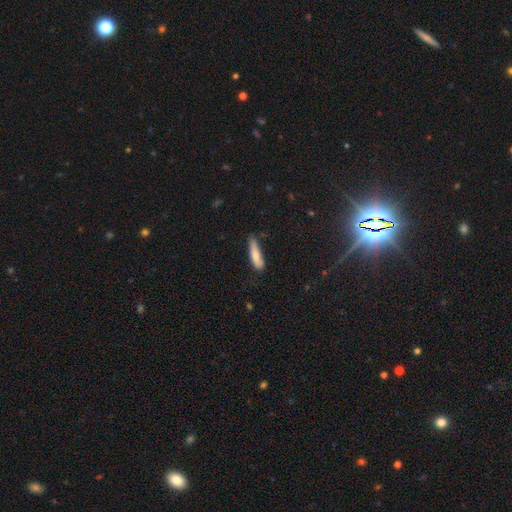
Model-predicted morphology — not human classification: This appears to be a smooth galaxy with no disk features (81%) that is cigar-shaped (72%). Merging: none (64%).